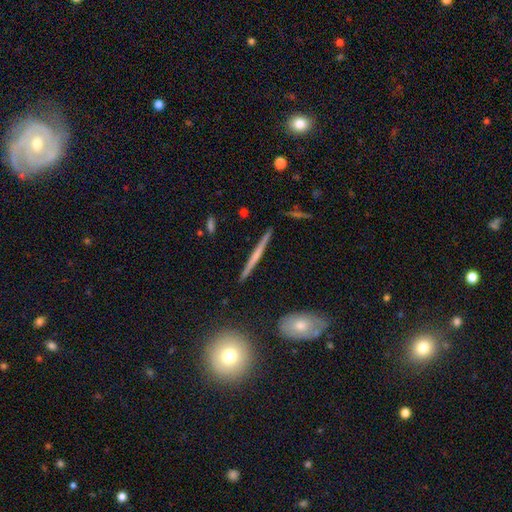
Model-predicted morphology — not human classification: smooth-or-featured: featured or disk: 63% | smooth: 31% | star or artifact: 7%
  disk-edge-on: yes: 97% | no: 3%
    edge-on-bulge: none: 62% | rounded: 30% | boxy: 8%
  merging: none: 91% | minor disturbance: 6% | merger: 2% | major disturbance: 1%